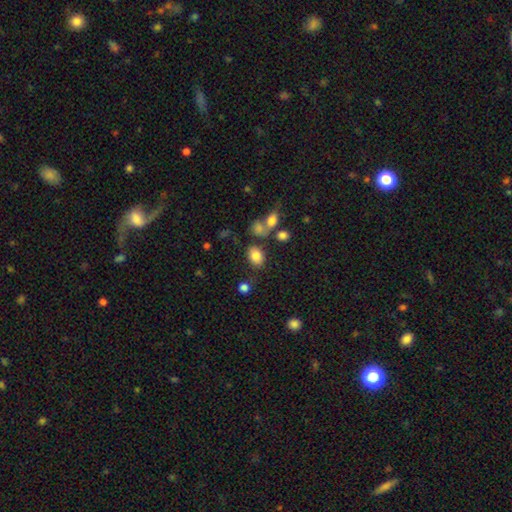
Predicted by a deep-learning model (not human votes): A smooth galaxy with no disk features (82%) that is in between round and cigar-shaped (70%).

Vote fractions:
- Smooth or featured? smooth: 82% / star or artifact: 10% / featured or disk: 8%
- How rounded? in between: 70% / round: 29% / cigar-shaped: 1%
- Merging? none: 68% / minor disturbance: 15% / merger: 12% / major disturbance: 6%